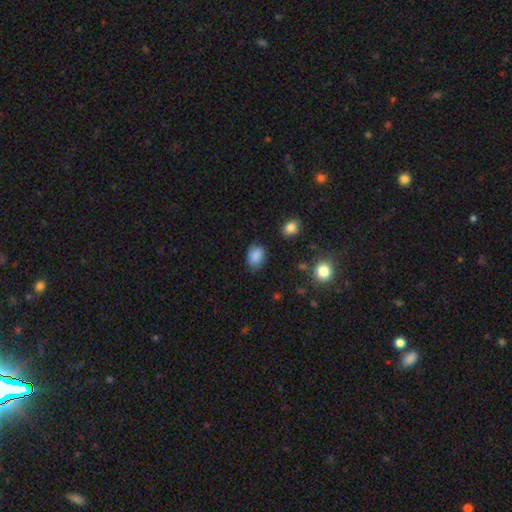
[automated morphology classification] Smooth or featured?
  - smooth: 86% *
  - star or artifact: 9%
  - featured or disk: 5%
How rounded?
  - in between: 71% *
  - round: 28%
  - cigar-shaped: 1%
Merging?
  - none: 77% *
  - minor disturbance: 18%
  - major disturbance: 4%
  - merger: 2%